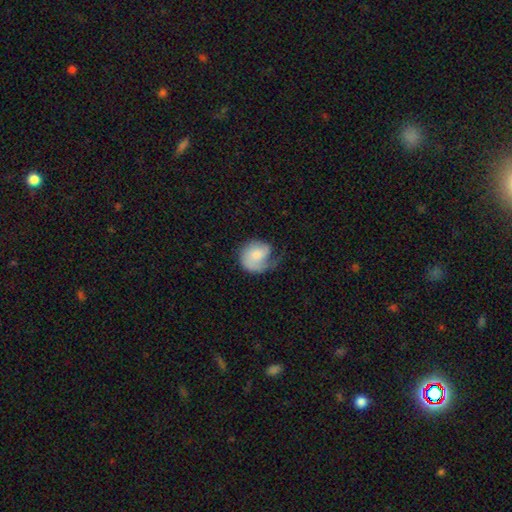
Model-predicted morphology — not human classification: Q: Smooth or featured?
A: smooth (51%); runner-up: featured or disk (42%)
Q: How rounded?
A: round (69%); runner-up: in between (30%)
Q: Merging?
A: none (37%); runner-up: major disturbance (32%)